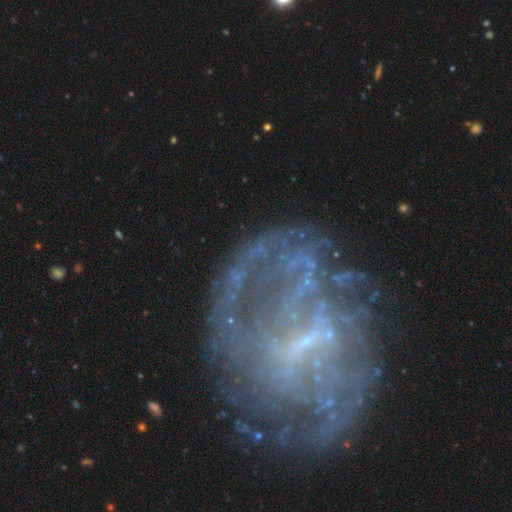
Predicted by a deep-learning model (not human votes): featured or disk 75%, star or artifact 13%, smooth 12%. Down the decision tree: edge-on disk — no (97%); bar — weak (44%); spiral arms — yes (61%); bulge size — small (47%); merging — none (58%).